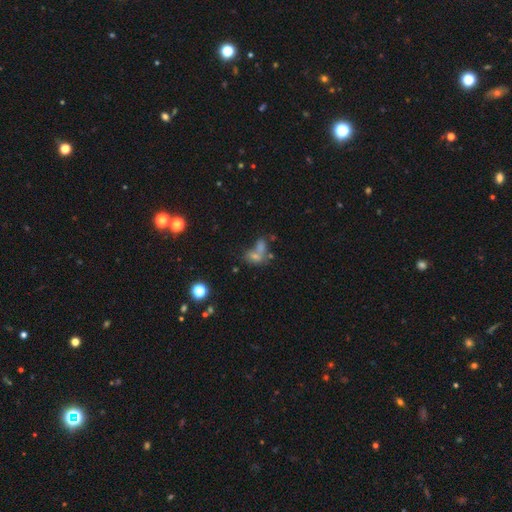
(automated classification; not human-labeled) smooth-or-featured: smooth: 58% | star or artifact: 22% | featured or disk: 20%
  how-rounded: in between: 69% | round: 25% | cigar-shaped: 7%
  merging: merger: 53% | none: 27% | major disturbance: 10% | minor disturbance: 9%